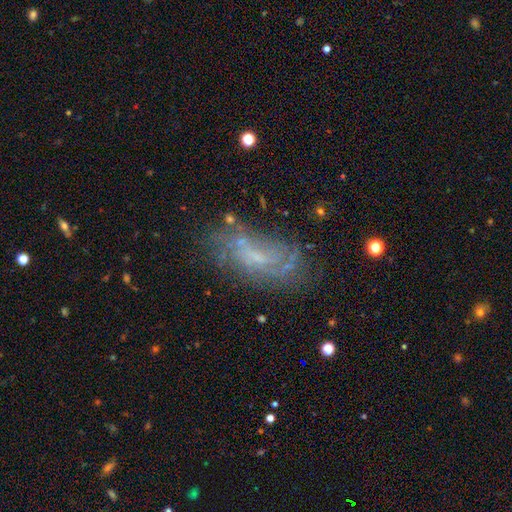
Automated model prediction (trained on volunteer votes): Smooth or featured?
  - featured or disk: 63% *
  - smooth: 24%
  - star or artifact: 13%
Edge-on disk?
  - no: 91% *
  - yes: 9%
Bar?
  - no: 53% *
  - weak: 39%
  - strong: 8%
Spiral arms?
  - yes: 70% *
  - no: 30%
Bulge size?
  - small: 52% *
  - none: 28%
  - moderate: 17%
  - large: 2%
  - dominant: 1%
Merging?
  - none: 61% *
  - minor disturbance: 21%
  - major disturbance: 14%
  - merger: 4%